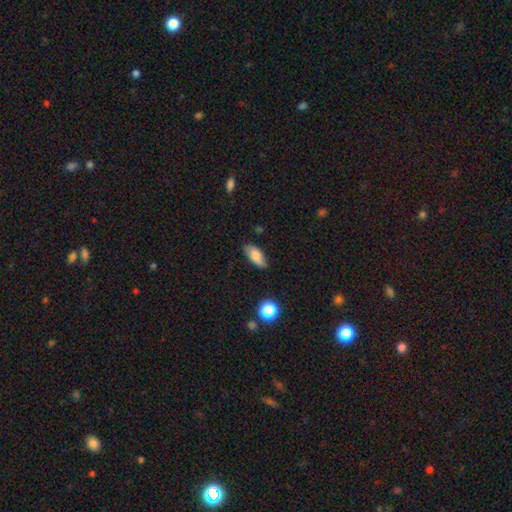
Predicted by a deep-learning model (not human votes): smooth-or-featured: smooth: 81% | featured or disk: 11% | star or artifact: 8%
  how-rounded: in between: 85% | cigar-shaped: 11% | round: 3%
  merging: none: 79% | minor disturbance: 16% | major disturbance: 3% | merger: 2%